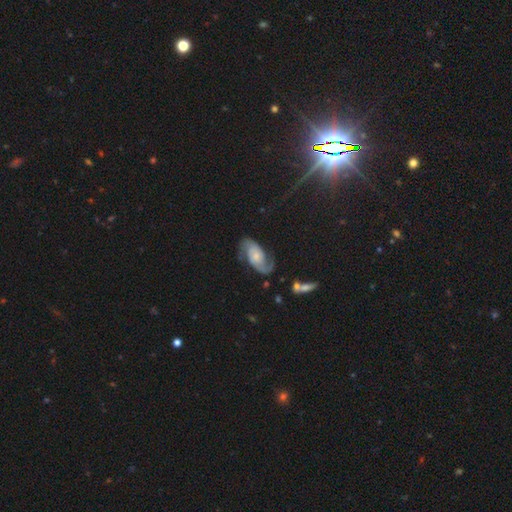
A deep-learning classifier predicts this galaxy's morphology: Q: Smooth or featured?
A: featured or disk (82%); runner-up: smooth (12%)
Q: Edge-on disk?
A: no (97%); runner-up: yes (3%)
Q: Bar?
A: no (64%); runner-up: weak (29%)
Q: Spiral arms?
A: yes (96%); runner-up: no (4%)
Q: Spiral winding?
A: medium (46%); runner-up: loose (33%)
Q: Spiral arm count?
A: 2 (89%); runner-up: 1 (4%)
Q: Bulge size?
A: small (48%); runner-up: moderate (30%)
Q: Merging?
A: none (67%); runner-up: minor disturbance (18%)